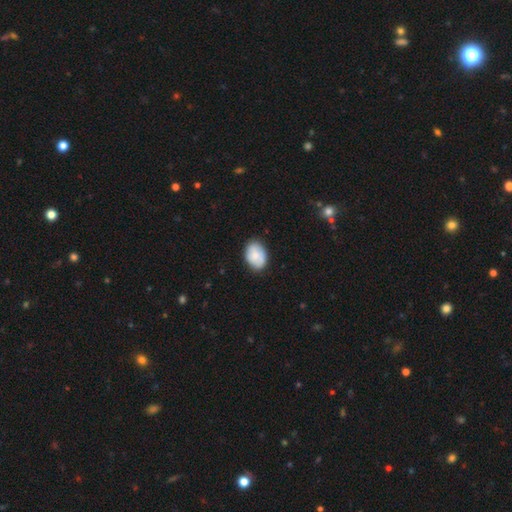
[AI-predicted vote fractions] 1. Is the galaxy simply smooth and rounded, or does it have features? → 74% smooth, 19% featured or disk, 7% star or artifact.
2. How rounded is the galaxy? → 79% in between, 20% round, 1% cigar-shaped.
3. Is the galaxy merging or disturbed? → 79% none, 16% minor disturbance, 3% major disturbance, 1% merger.